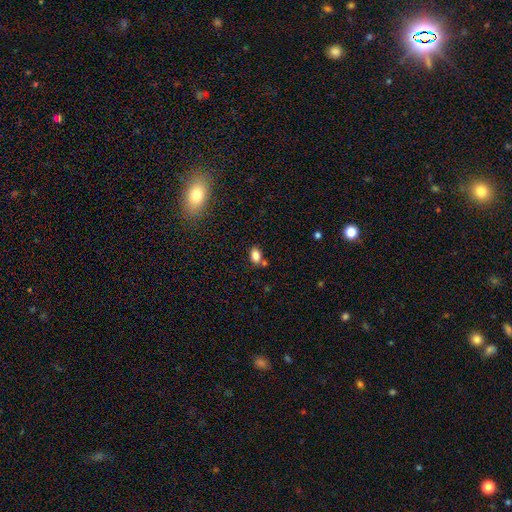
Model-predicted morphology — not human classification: smooth 84%, star or artifact 10%, featured or disk 6%. Down the decision tree: how rounded — in between (84%); merging — none (66%).